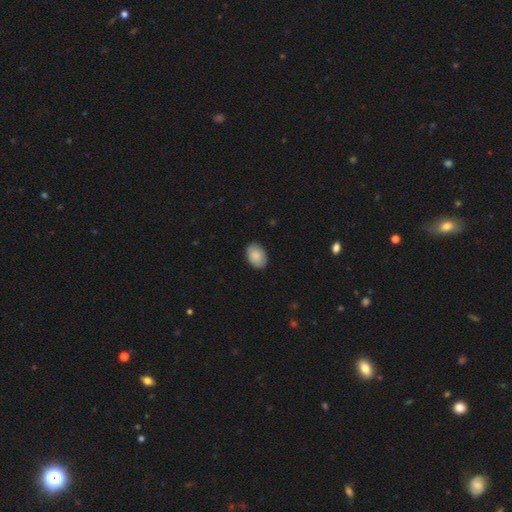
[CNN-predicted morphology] smooth 86%, featured or disk 8%, star or artifact 6%. Down the decision tree: how rounded — in between (86%); merging — none (86%).